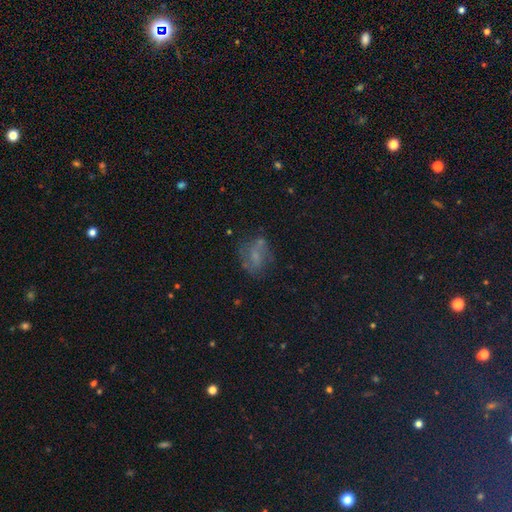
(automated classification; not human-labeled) Smooth or featured: featured or disk — 44% (smooth — 40%)
Merging: none — 55% (minor disturbance — 21%)